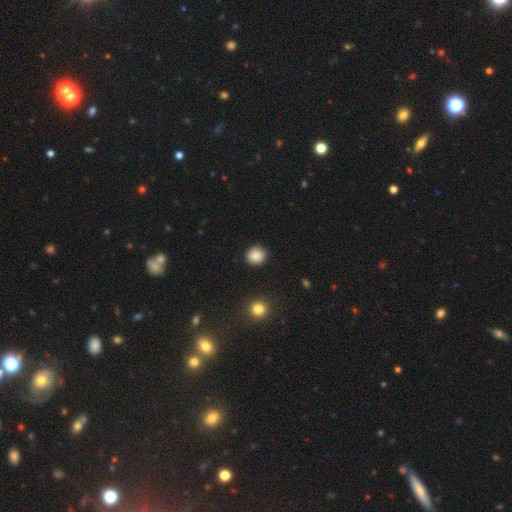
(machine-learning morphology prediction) smooth-or-featured: smooth: 87% | star or artifact: 9% | featured or disk: 3%
  how-rounded: round: 88% | in between: 11% | cigar-shaped: 1%
  merging: none: 90% | minor disturbance: 7% | major disturbance: 2% | merger: 1%